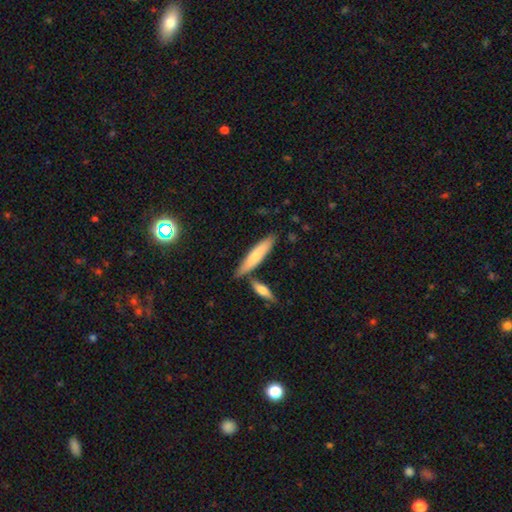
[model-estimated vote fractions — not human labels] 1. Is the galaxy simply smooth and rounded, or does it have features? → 69% smooth, 26% featured or disk, 6% star or artifact.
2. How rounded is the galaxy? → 81% cigar-shaped, 17% in between, 1% round.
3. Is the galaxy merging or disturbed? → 73% none, 12% merger, 12% minor disturbance, 3% major disturbance.